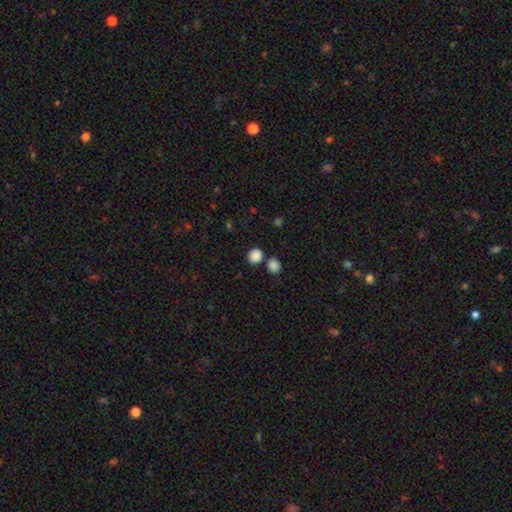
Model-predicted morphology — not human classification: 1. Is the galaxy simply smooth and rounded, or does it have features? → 86% smooth, 10% star or artifact, 3% featured or disk.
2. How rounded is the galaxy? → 82% round, 17% in between, 1% cigar-shaped.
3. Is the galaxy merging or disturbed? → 76% none, 13% merger, 8% minor disturbance, 3% major disturbance.